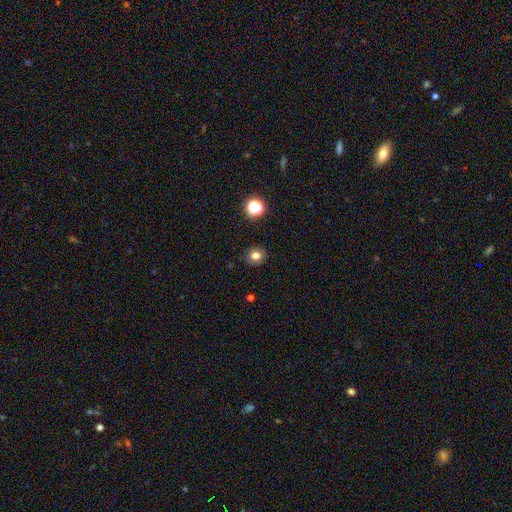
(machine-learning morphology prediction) Smooth or featured: smooth — 78% (star or artifact — 14%)
How rounded: round — 80% (in between — 19%)
Merging: none — 89% (minor disturbance — 8%)